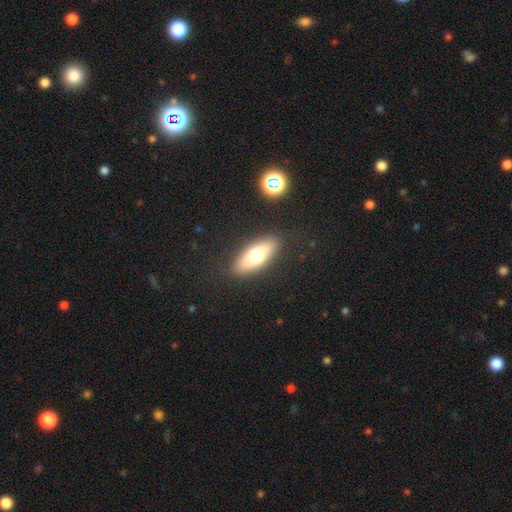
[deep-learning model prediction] Smooth or featured? smooth (63%)
How rounded? in between (64%)
Merging? none (87%)